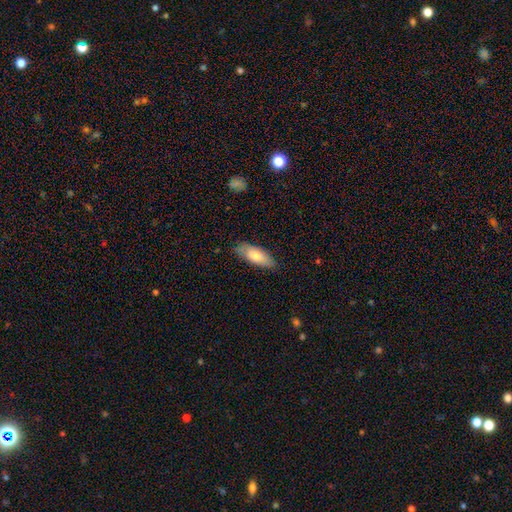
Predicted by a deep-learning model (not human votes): smooth-or-featured: smooth: 77% | featured or disk: 18% | star or artifact: 6%
  how-rounded: in between: 75% | cigar-shaped: 23% | round: 2%
  merging: none: 79% | minor disturbance: 17% | major disturbance: 3% | merger: 1%